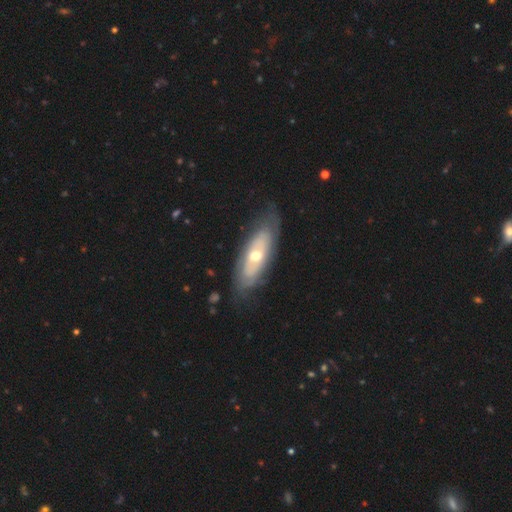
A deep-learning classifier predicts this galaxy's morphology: A featured or disk galaxy (63%).

Vote fractions:
- Smooth or featured? featured or disk: 63% / smooth: 31% / star or artifact: 5%
- Edge-on disk? no: 78% / yes: 22%
- Merging? none: 74% / minor disturbance: 18% / major disturbance: 6% / merger: 2%